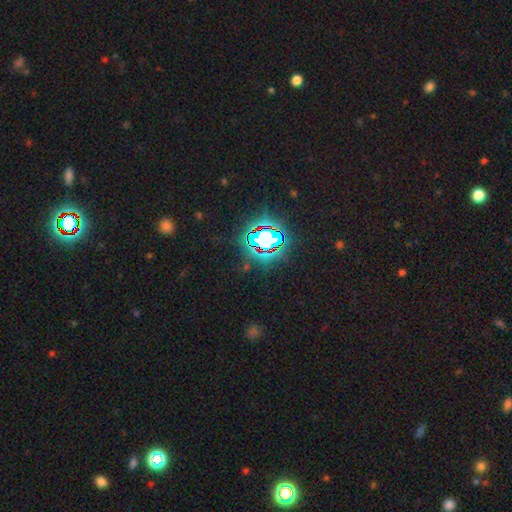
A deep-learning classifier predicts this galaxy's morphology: Q: Smooth or featured?
A: star or artifact (81%); runner-up: smooth (12%)